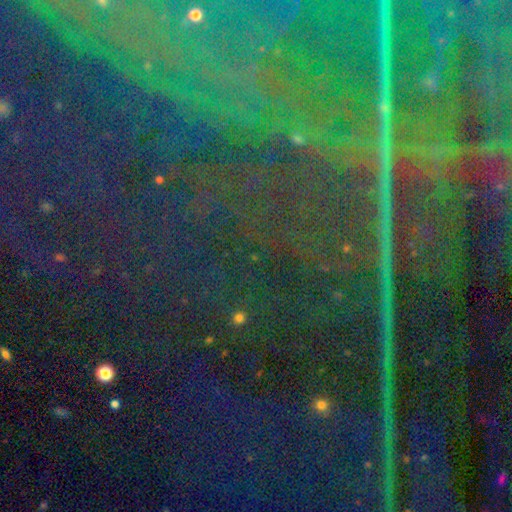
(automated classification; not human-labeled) Smooth or featured?
  - star or artifact: 85% *
  - featured or disk: 7%
  - smooth: 7%